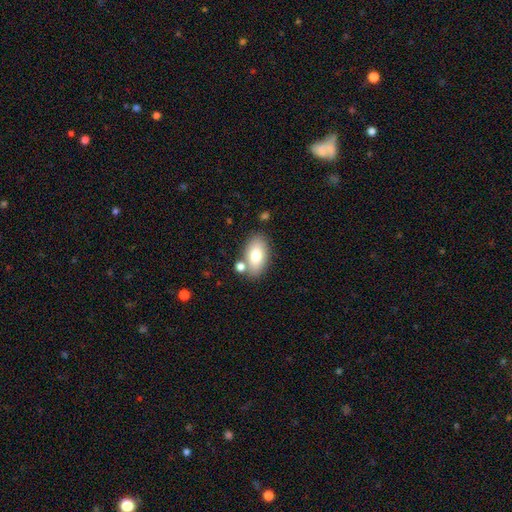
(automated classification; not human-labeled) The model was most divided on "merging": none: 73%, minor disturbance: 13%, merger: 11%, major disturbance: 3%. More confident: how rounded — in between (93%); smooth or featured — smooth (79%).